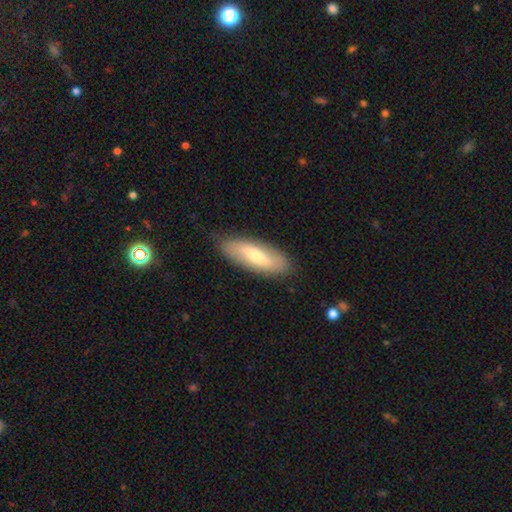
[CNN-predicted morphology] The model was most divided on "smooth or featured": smooth: 56%, featured or disk: 38%, star or artifact: 6%. More confident: merging — none (83%); how rounded — in between (64%).